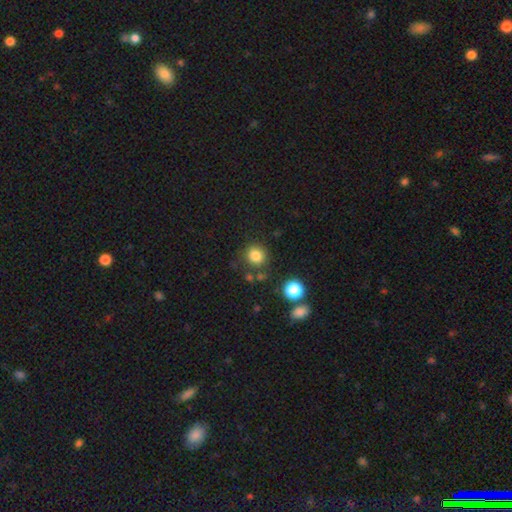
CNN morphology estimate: type=smooth (82%); roundness=round (88%); merging=none (81%).